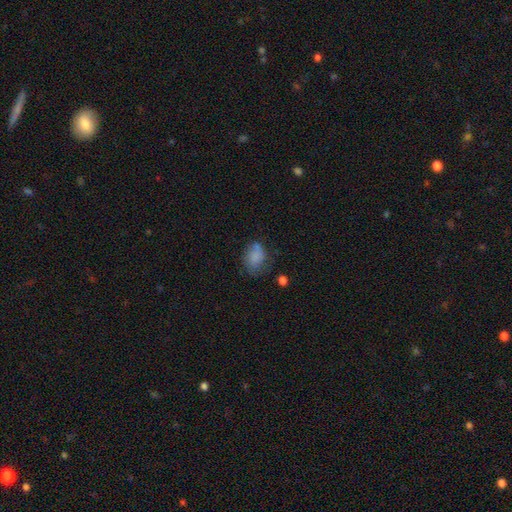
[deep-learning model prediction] Smooth or featured? smooth (75%)
How rounded? in between (70%)
Merging? none (49%)